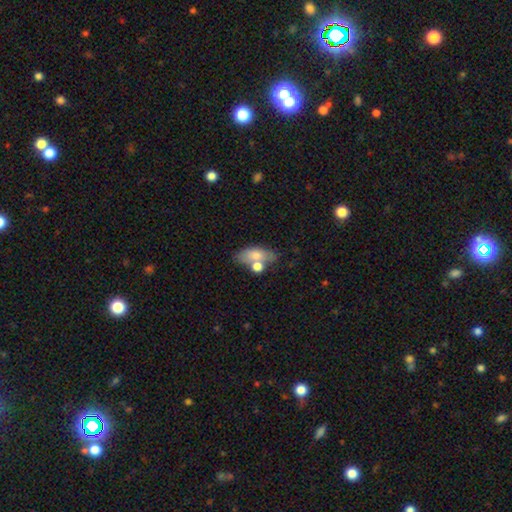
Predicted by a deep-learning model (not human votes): Overall: smooth (69%). How rounded: in between (81%). Merging: none (50%; merger 28%).